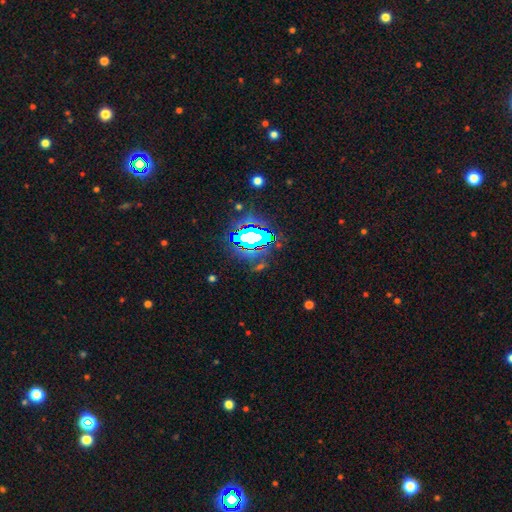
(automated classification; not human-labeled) A star or artifact, not a galaxy (79%).